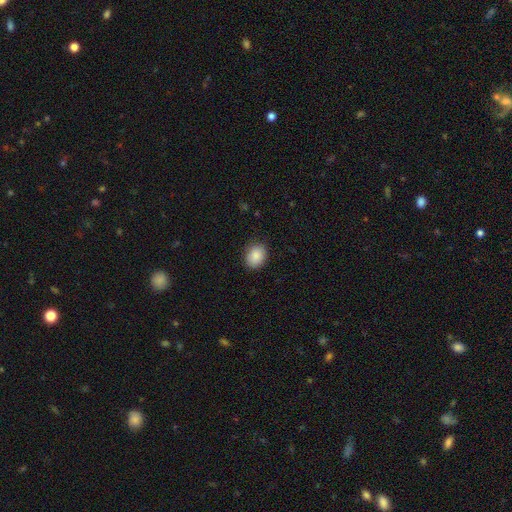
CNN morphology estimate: Smooth or featured? Predicted: smooth (p=0.88). How rounded? Predicted: in between (p=0.56). Merging? Predicted: none (p=0.87).